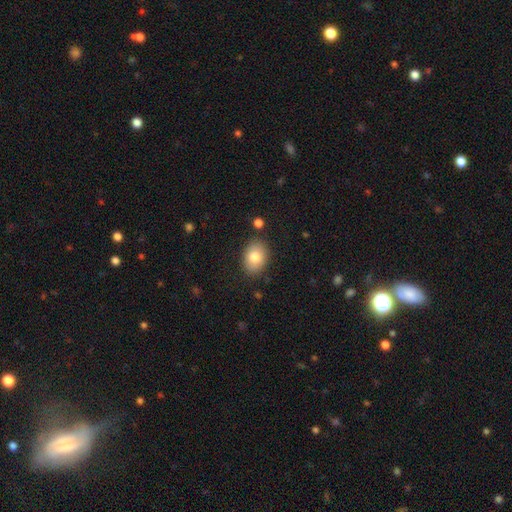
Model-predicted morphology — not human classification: smooth_or_featured: smooth (p=0.81) [alt: featured or disk p=0.11]
how_rounded: in between (p=0.78) [alt: round p=0.21]
merging: none (p=0.85) [alt: minor disturbance p=0.10]